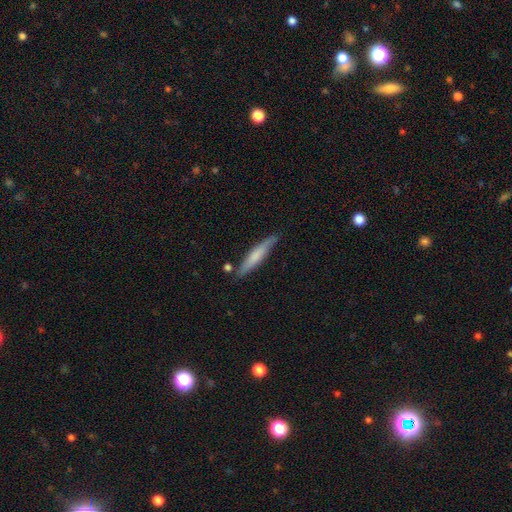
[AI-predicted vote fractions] smooth 61%, featured or disk 33%, star or artifact 5%. Down the decision tree: how rounded — cigar-shaped (90%); merging — none (80%).